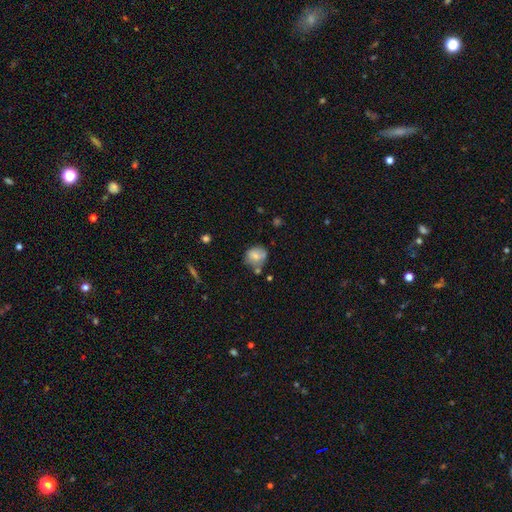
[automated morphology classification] Overall: smooth (69%). How rounded: round (68%; in between 31%). Merging: none (55%; minor disturbance 25%).